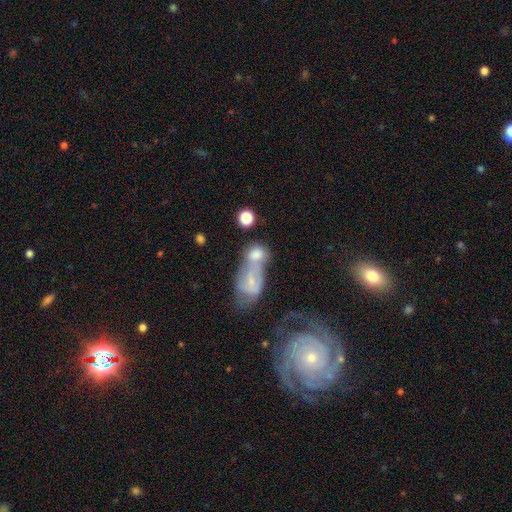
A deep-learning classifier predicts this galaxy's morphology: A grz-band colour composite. It shows a featured or disk galaxy (63%) with no bar (63%), spiral arms (81%) and a small central bulge (67%). Merging: merger (41%).